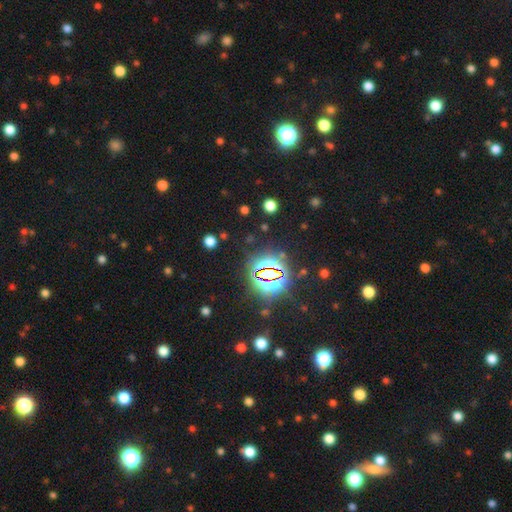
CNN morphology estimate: smooth-or-featured: star or artifact: 76% | smooth: 16% | featured or disk: 7%